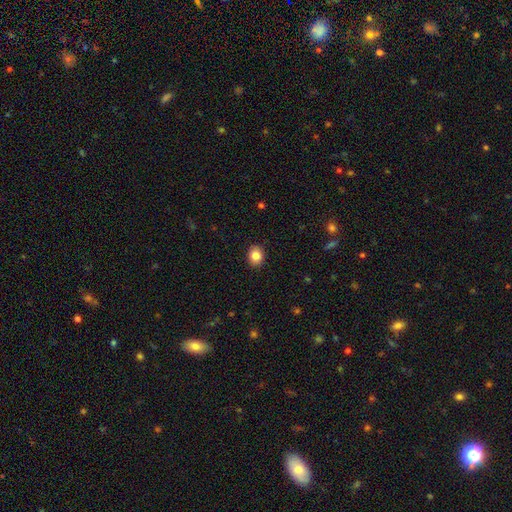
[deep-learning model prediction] Morphology: type=smooth (84%); roundness=round (58%); merging=none (90%).